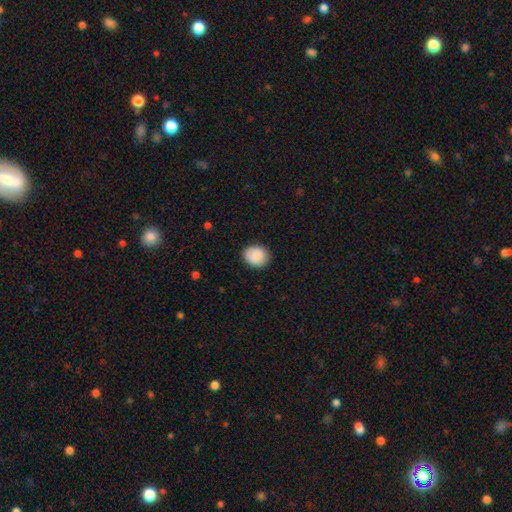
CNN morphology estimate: smooth-or-featured: smooth: 88% | star or artifact: 7% | featured or disk: 4%
  how-rounded: round: 67% | in between: 32% | cigar-shaped: 1%
  merging: none: 85% | minor disturbance: 11% | major disturbance: 2% | merger: 1%